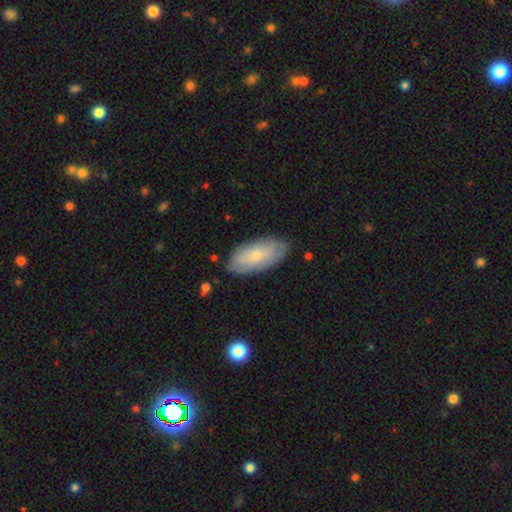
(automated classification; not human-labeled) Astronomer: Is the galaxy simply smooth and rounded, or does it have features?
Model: smooth — 69%.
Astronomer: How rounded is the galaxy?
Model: in between — 90%.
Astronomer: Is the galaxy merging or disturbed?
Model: none — 82%.